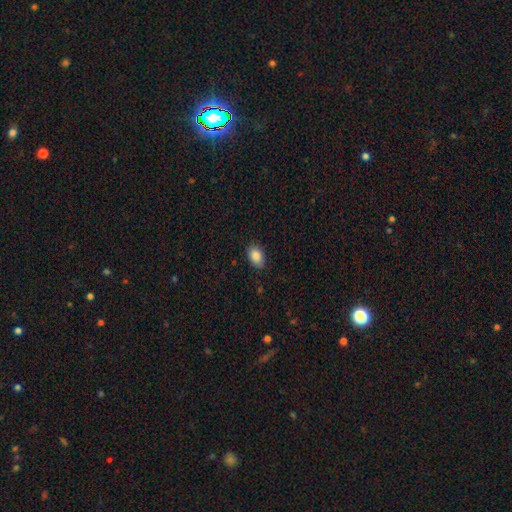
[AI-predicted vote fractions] Smooth or featured? Predicted: smooth (p=0.87). How rounded? Predicted: in between (p=0.86). Merging? Predicted: none (p=0.85).